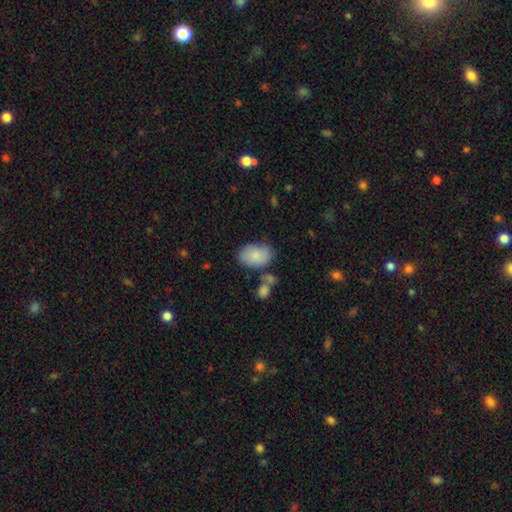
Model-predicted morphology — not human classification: smooth 83%, featured or disk 10%, star or artifact 6%. Down the decision tree: how rounded — in between (89%); merging — none (64%).